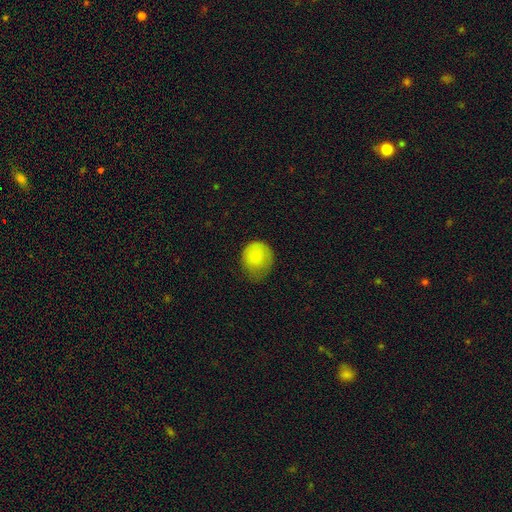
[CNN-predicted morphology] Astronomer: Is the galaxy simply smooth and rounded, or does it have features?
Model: smooth — 82%.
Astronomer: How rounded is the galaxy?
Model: round — 75%.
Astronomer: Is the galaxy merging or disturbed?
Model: none — 42% (runner-up: minor disturbance, 38%).